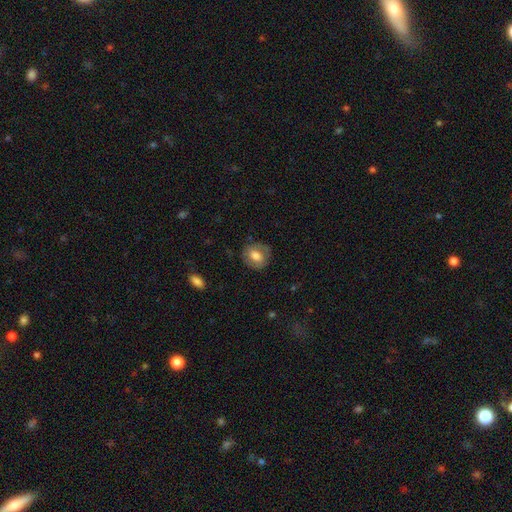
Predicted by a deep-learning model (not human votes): Q: Smooth or featured?
A: smooth (66%); runner-up: featured or disk (26%)
Q: How rounded?
A: round (58%); runner-up: in between (40%)
Q: Merging?
A: none (78%); runner-up: minor disturbance (15%)